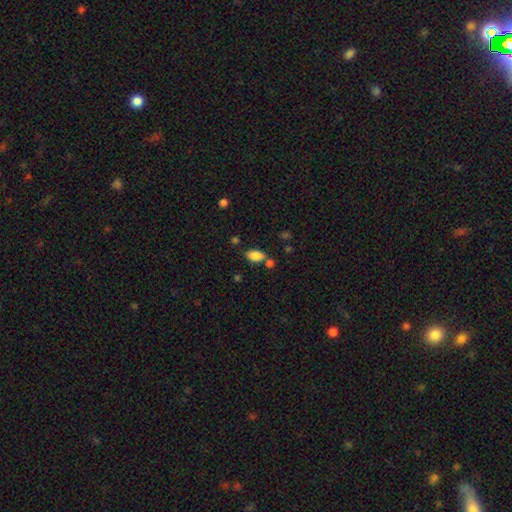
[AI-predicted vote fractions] Smooth or featured: smooth — 86% (star or artifact — 9%)
How rounded: in between — 92% (round — 5%)
Merging: none — 66% (merger — 15%)